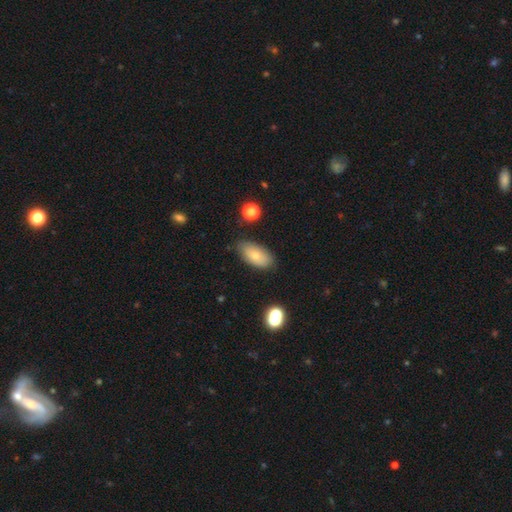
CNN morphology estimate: Overall: smooth (73%). How rounded: in between (91%). Merging: none (78%).